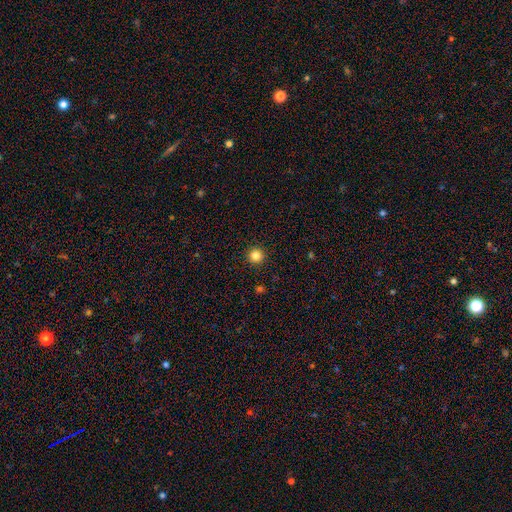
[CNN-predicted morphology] A smooth galaxy with no disk features (84%) that is round (96%). Merging: none (93%).